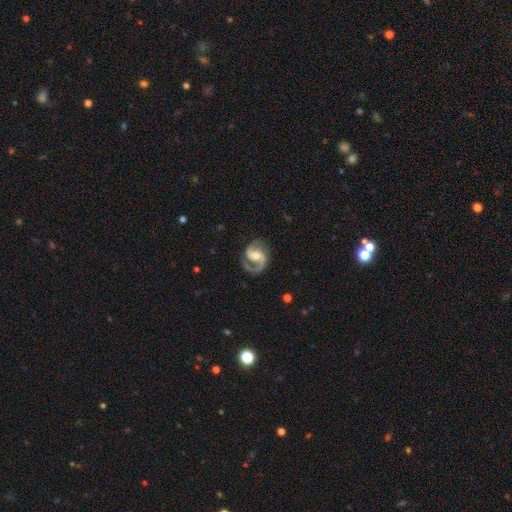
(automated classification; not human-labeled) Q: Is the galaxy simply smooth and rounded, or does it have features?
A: featured or disk — 90%.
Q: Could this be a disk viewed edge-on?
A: no — 98%.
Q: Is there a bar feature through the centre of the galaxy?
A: weak — 45%.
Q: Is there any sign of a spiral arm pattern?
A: yes — 98%.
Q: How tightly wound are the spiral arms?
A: medium — 58%.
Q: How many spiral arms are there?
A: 2 — 86%.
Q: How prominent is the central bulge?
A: moderate — 61%.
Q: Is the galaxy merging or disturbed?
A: none — 74%.